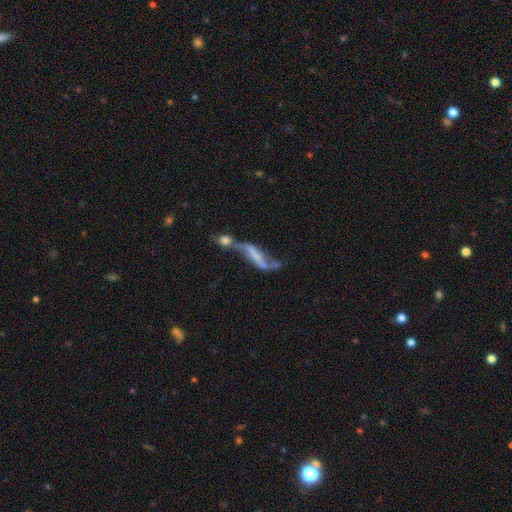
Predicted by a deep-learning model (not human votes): smooth_or_featured: featured or disk (p=0.70) [alt: smooth p=0.21]
disk_edge_on: no (p=0.84) [alt: yes p=0.16]
bar: strong (p=0.37) [alt: no p=0.33]
has_spiral_arms: yes (p=0.70) [alt: no p=0.30]
bulge_size: none (p=0.58) [alt: small p=0.22]
merging: merger (p=0.56) [alt: none p=0.18]